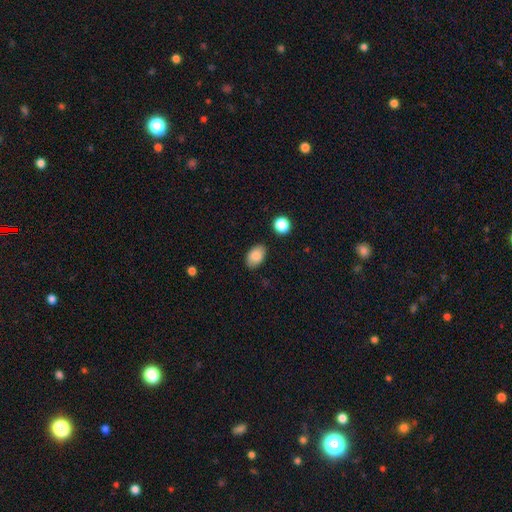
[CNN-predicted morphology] This appears to be a smooth galaxy with no disk features (86%) that is in between round and cigar-shaped (89%). Merging: none (83%).